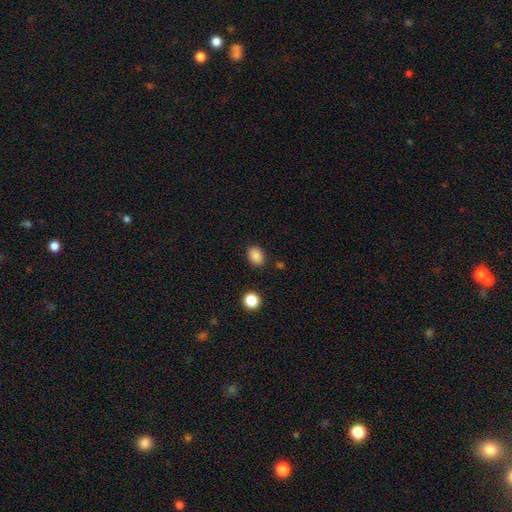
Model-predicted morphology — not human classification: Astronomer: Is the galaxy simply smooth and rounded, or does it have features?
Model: smooth — 86%.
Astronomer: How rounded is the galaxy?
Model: in between — 70%.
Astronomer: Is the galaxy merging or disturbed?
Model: none — 85%.